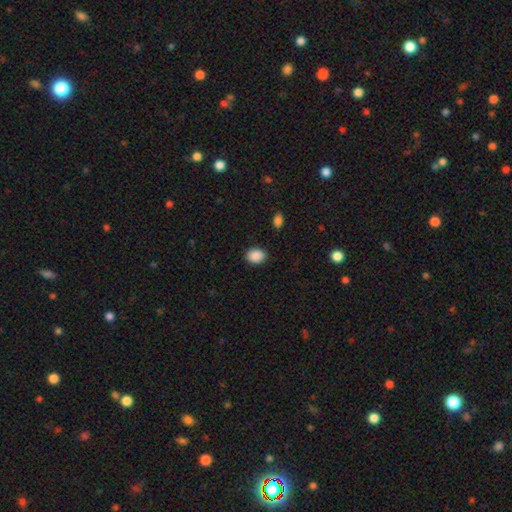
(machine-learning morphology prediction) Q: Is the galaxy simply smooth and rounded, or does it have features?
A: smooth — 89%.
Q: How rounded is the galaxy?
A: in between — 60%.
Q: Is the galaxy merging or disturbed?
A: none — 88%.